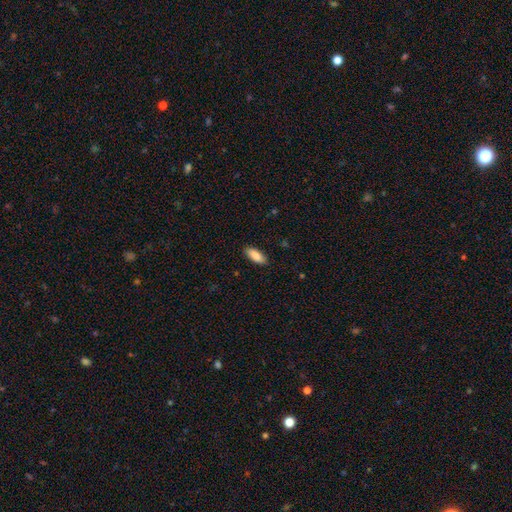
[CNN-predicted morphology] This appears to be a smooth galaxy with no disk features (88%) that is in between round and cigar-shaped (81%). Merging: none (88%).